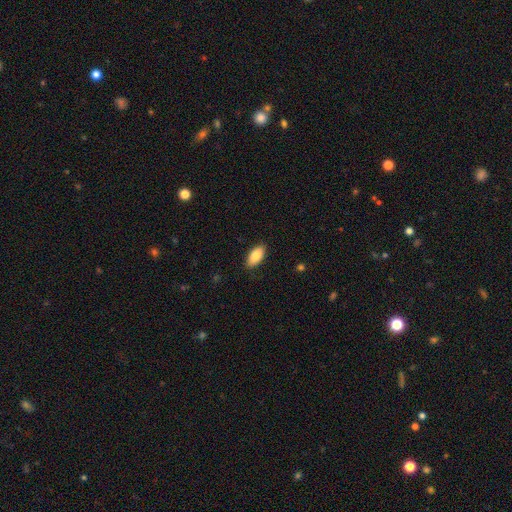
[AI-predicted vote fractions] Smooth or featured?
  - smooth: 86% *
  - featured or disk: 7%
  - star or artifact: 6%
How rounded?
  - in between: 92% *
  - cigar-shaped: 6%
  - round: 2%
Merging?
  - none: 87% *
  - minor disturbance: 10%
  - major disturbance: 2%
  - merger: 1%